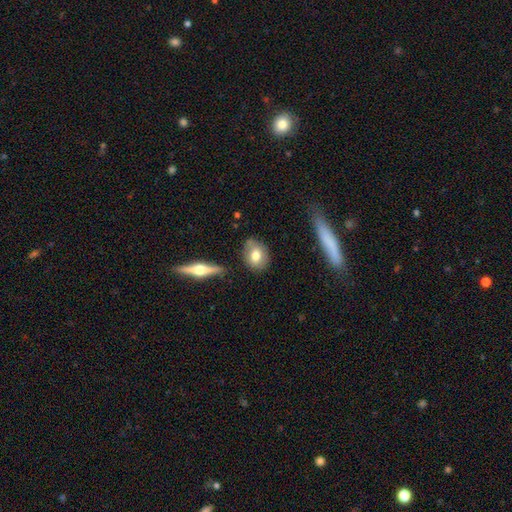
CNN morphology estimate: smooth 71%, featured or disk 21%, star or artifact 7%. Down the decision tree: how rounded — in between (50%); merging — none (77%).